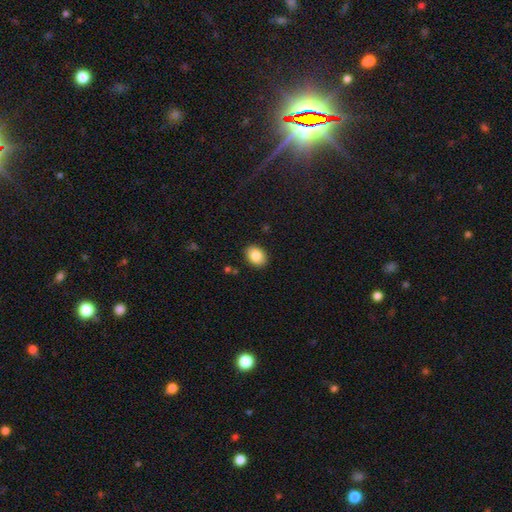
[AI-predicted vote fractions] Smooth or featured?
  - smooth: 85% *
  - star or artifact: 7%
  - featured or disk: 7%
How rounded?
  - in between: 72% *
  - round: 27%
  - cigar-shaped: 1%
Merging?
  - none: 89% *
  - minor disturbance: 8%
  - major disturbance: 2%
  - merger: 1%